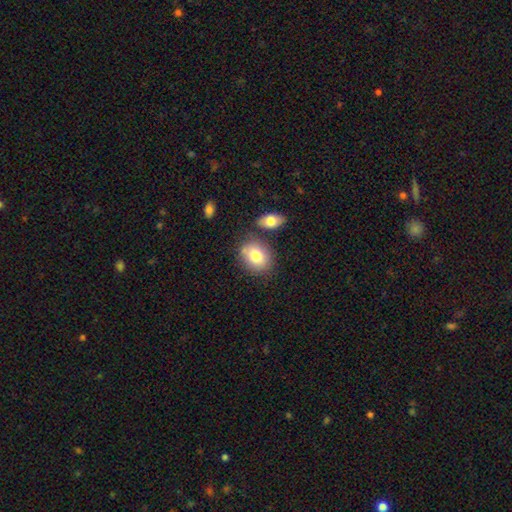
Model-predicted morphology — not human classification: Overall: smooth (79%). How rounded: in between (53%; round 46%). Merging: none (67%).